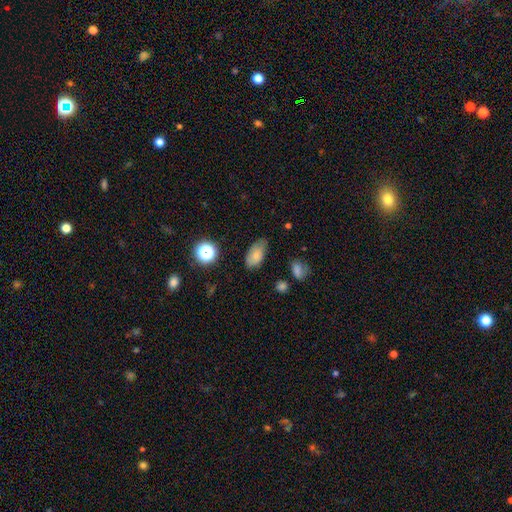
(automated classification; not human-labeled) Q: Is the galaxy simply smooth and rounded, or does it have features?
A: smooth — 77%.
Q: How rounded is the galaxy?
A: in between — 92%.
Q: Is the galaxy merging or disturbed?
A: none — 68%.